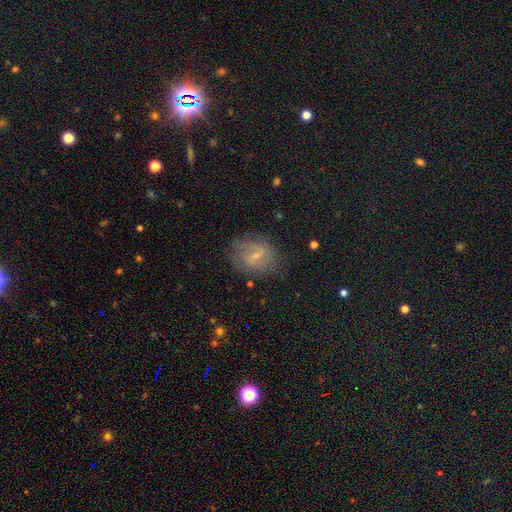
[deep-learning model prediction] This appears to be a featured or disk galaxy (62%) with a weak bar (55%), spiral arms (76%) and a small central bulge (66%). Merging: none (69%).